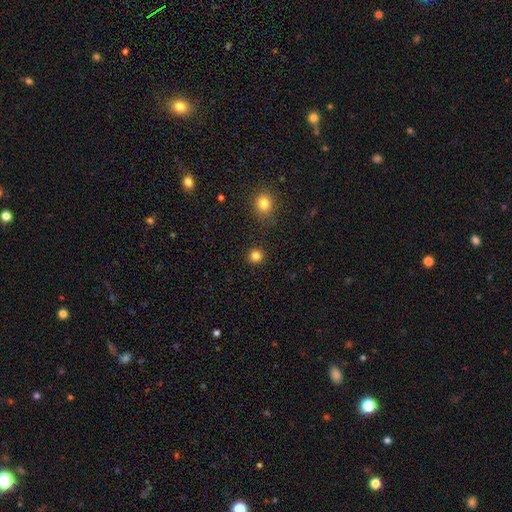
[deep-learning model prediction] smooth_or_featured: smooth (p=0.83) [alt: star or artifact p=0.13]
how_rounded: round (p=0.93) [alt: in between p=0.06]
merging: none (p=0.91) [alt: minor disturbance p=0.05]